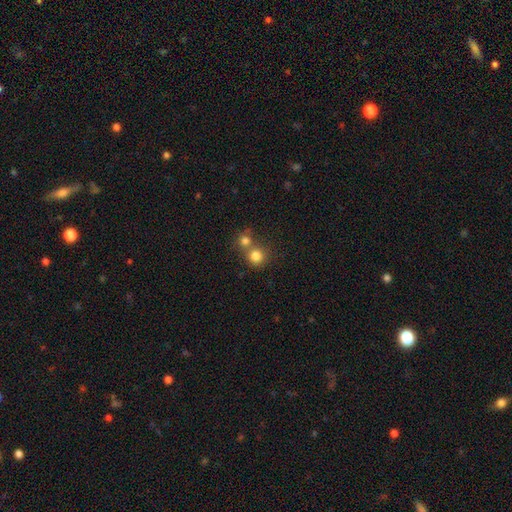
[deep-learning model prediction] Smooth or featured?
  - smooth: 80% *
  - star or artifact: 12%
  - featured or disk: 8%
How rounded?
  - round: 89% *
  - in between: 10%
  - cigar-shaped: 1%
Merging?
  - none: 51% *
  - merger: 40%
  - minor disturbance: 6%
  - major disturbance: 3%